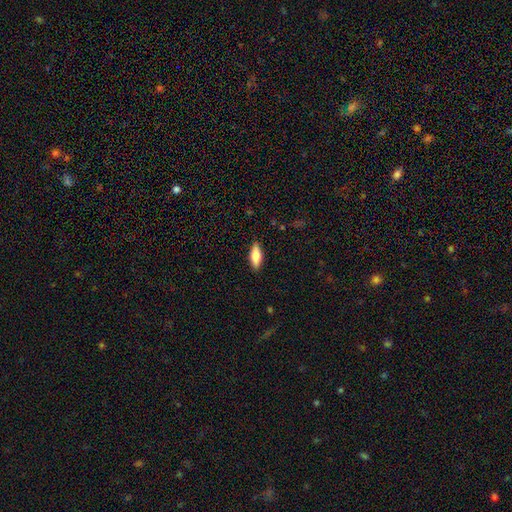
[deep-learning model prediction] smooth-or-featured: smooth: 75% | featured or disk: 19% | star or artifact: 6%
  how-rounded: in between: 68% | cigar-shaped: 30% | round: 2%
  merging: none: 88% | minor disturbance: 9% | major disturbance: 2% | merger: 1%